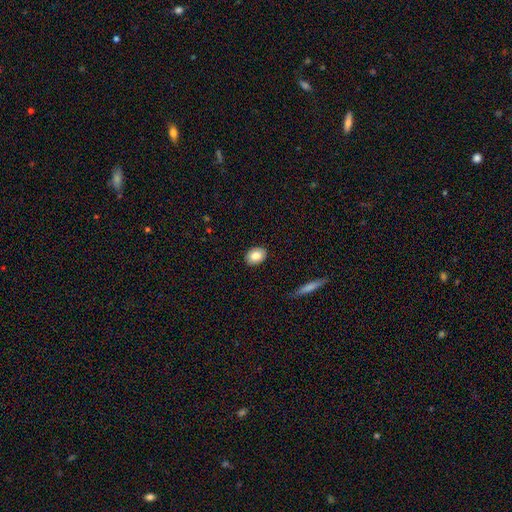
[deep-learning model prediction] Overall: smooth (83%). How rounded: in between (66%; round 33%). Merging: none (89%).